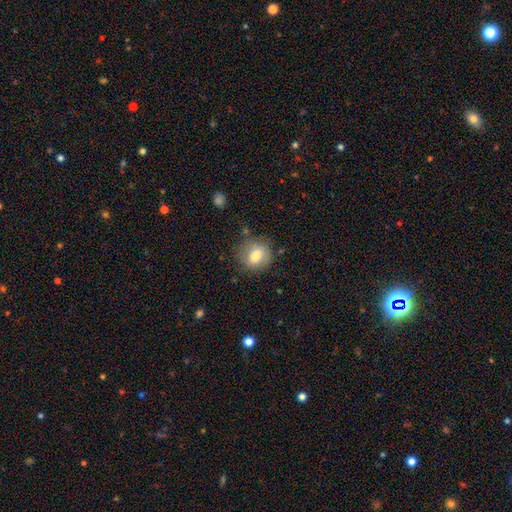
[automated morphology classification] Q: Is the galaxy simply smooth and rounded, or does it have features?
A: smooth — 73%.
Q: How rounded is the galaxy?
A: round — 71%.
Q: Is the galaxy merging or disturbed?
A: none — 75%.